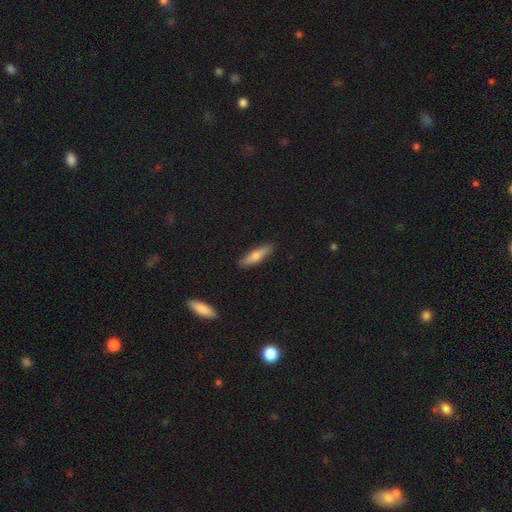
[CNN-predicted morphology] Smooth or featured?
  - smooth: 68% *
  - featured or disk: 26%
  - star or artifact: 6%
How rounded?
  - cigar-shaped: 72% *
  - in between: 26%
  - round: 2%
Merging?
  - none: 89% *
  - minor disturbance: 8%
  - major disturbance: 2%
  - merger: 1%